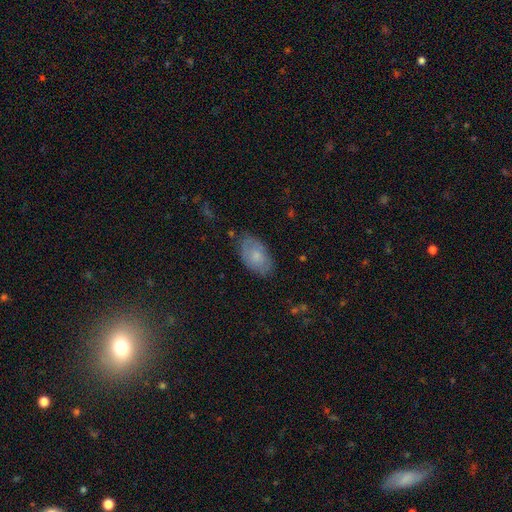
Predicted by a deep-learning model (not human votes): A smooth galaxy with no disk features (67%) that is in between round and cigar-shaped (93%).

Vote fractions:
- Smooth or featured? smooth: 67% / featured or disk: 26% / star or artifact: 7%
- How rounded? in between: 93% / round: 5% / cigar-shaped: 2%
- Merging? none: 75% / minor disturbance: 19% / major disturbance: 4% / merger: 2%